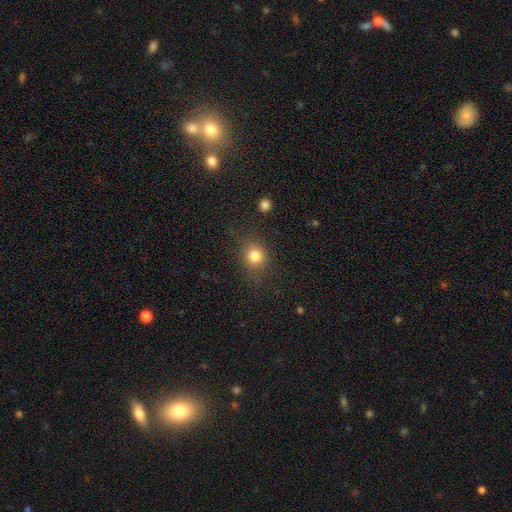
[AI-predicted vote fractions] This is clearly a smooth galaxy (82%). How rounded: likely round (78%). Merging: likely none (79%).